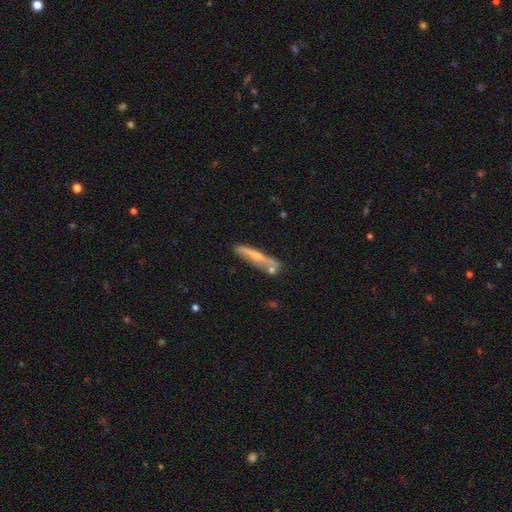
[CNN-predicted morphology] A featured or disk galaxy (57%) viewed edge-on (86%). Merging: none (67%).